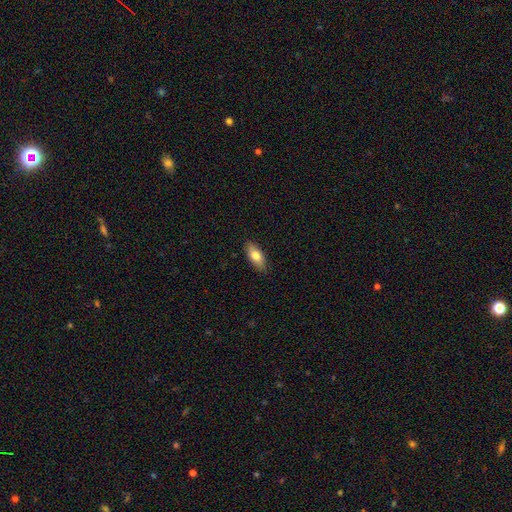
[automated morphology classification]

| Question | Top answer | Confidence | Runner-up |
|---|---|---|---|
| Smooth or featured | smooth | 76% | featured or disk (17%) |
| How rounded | in between | 83% | cigar-shaped (15%) |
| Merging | none | 87% | minor disturbance (10%) |